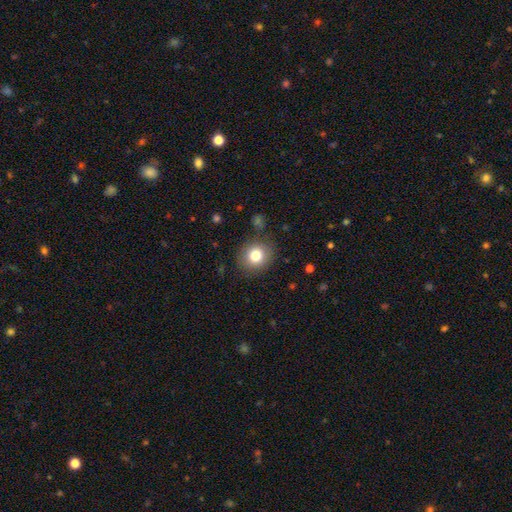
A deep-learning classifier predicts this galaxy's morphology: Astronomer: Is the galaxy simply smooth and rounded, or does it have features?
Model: smooth — 80%.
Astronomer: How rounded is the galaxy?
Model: round — 81%.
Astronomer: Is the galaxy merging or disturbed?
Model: none — 86%.